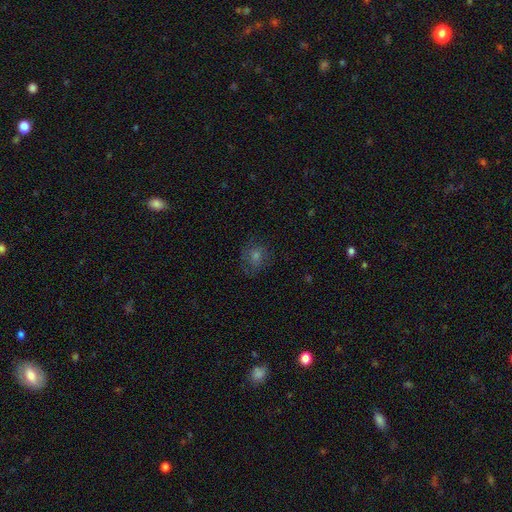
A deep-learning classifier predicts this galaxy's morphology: A smooth galaxy with no disk features (49%).

Vote fractions:
- Smooth or featured? smooth: 49% / featured or disk: 26% / star or artifact: 25%
- Merging? none: 77% / minor disturbance: 15% / major disturbance: 7% / merger: 1%